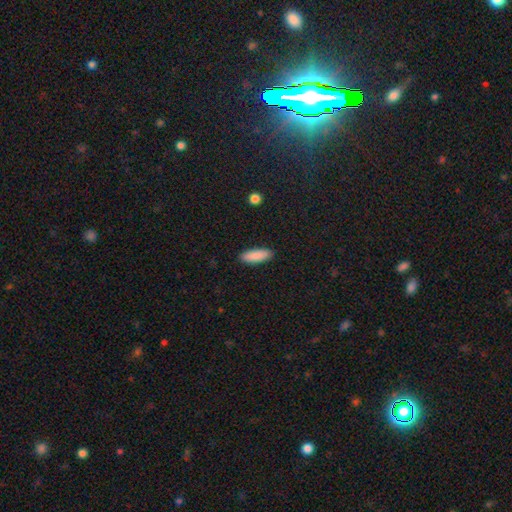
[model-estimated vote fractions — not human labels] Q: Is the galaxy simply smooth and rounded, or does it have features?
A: smooth — 89%.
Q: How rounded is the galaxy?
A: in between — 59%.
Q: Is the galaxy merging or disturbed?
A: none — 90%.